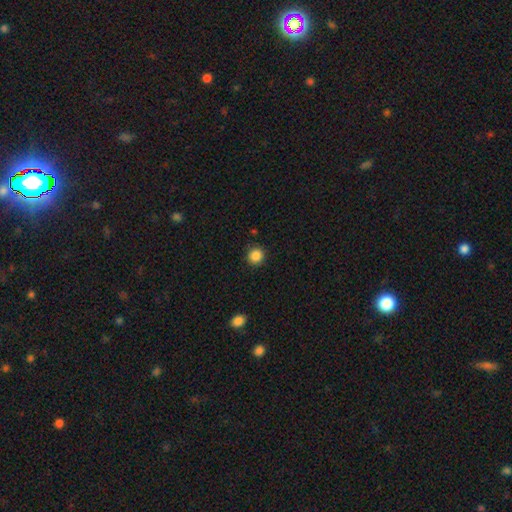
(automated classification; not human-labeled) A smooth galaxy with no disk features (87%) that is round (93%). Merging: none (90%).